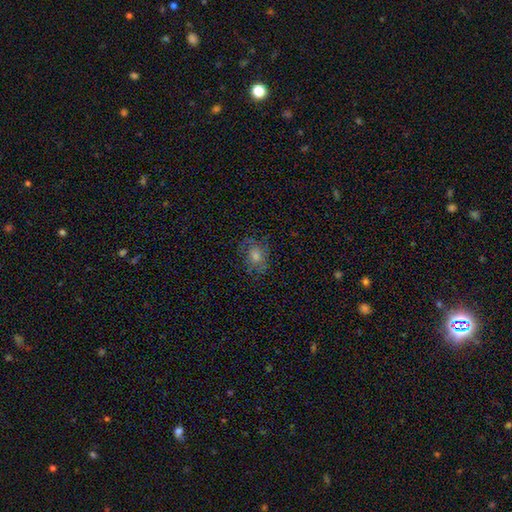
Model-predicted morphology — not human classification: type=featured or disk (43%); merging=none (73%).